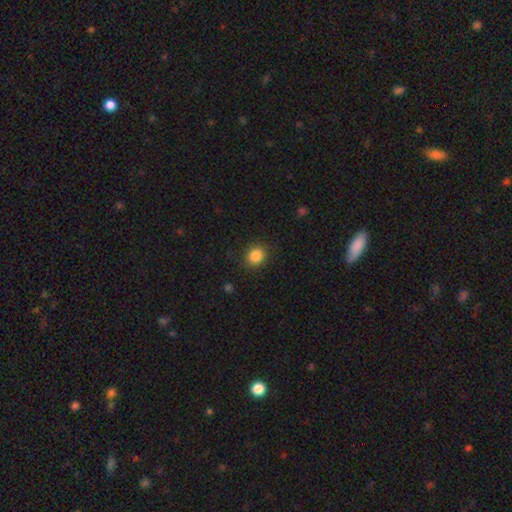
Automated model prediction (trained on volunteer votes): A smooth galaxy with no disk features (86%) that is round (80%).

Vote fractions:
- Smooth or featured? smooth: 86% / star or artifact: 10% / featured or disk: 4%
- How rounded? round: 80% / in between: 19% / cigar-shaped: 1%
- Merging? none: 87% / minor disturbance: 9% / major disturbance: 3% / merger: 1%